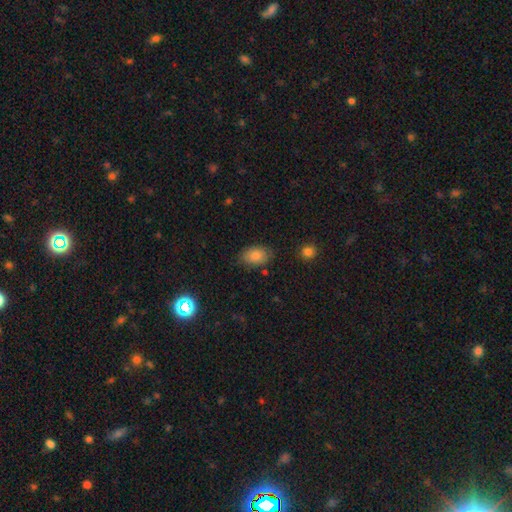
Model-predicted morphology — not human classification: Smooth or featured? Predicted: smooth (p=0.84). How rounded? Predicted: in between (p=0.88). Merging? Predicted: none (p=0.79).